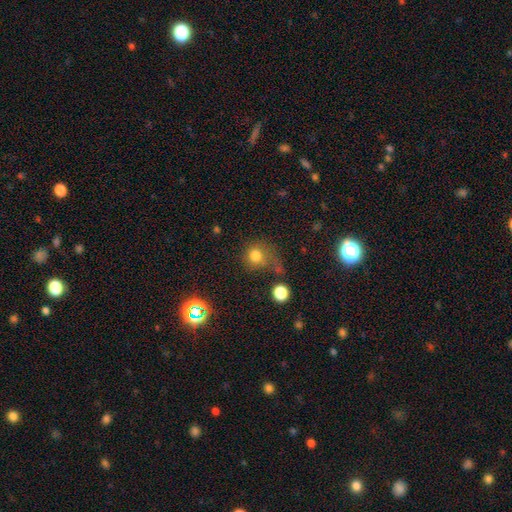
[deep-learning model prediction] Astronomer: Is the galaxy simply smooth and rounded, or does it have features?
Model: smooth — 77%.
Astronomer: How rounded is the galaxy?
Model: round — 86%.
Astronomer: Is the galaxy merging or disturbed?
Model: none — 49%.